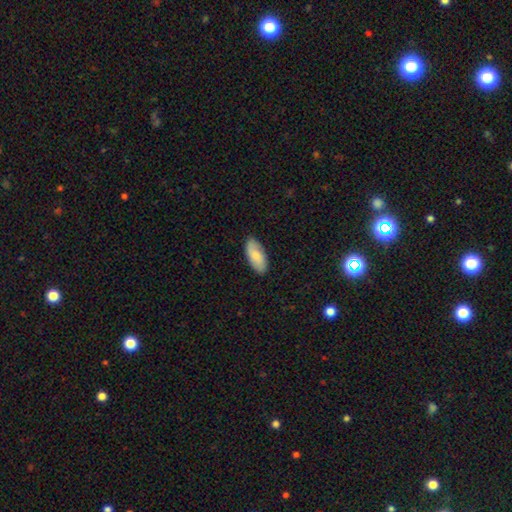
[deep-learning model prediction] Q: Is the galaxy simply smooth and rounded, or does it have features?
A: smooth — 75%.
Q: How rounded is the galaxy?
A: in between — 90%.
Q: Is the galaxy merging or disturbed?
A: none — 86%.